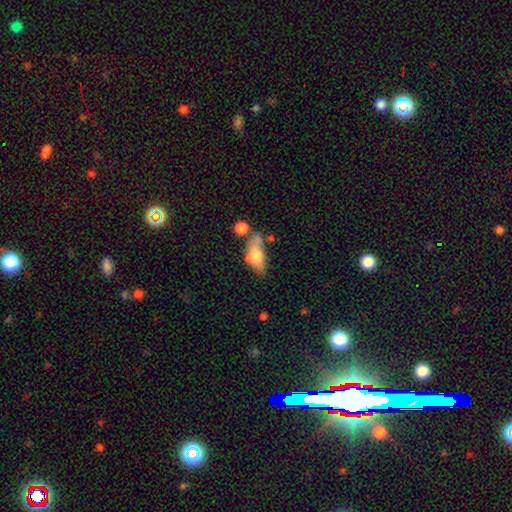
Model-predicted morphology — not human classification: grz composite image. It shows a smooth galaxy with no disk features (64%) that is in between round and cigar-shaped (82%). Merging: merger (31%).